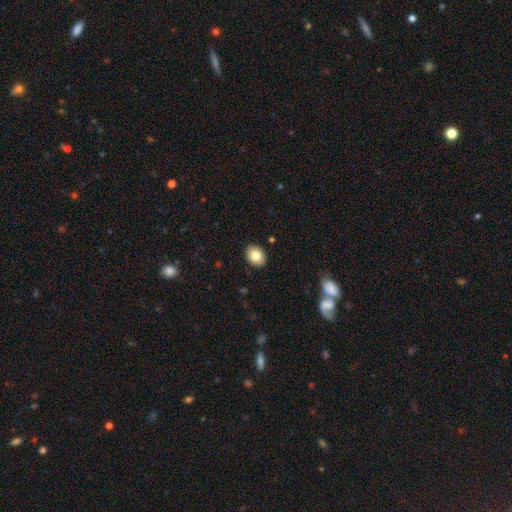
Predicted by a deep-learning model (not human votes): This is clearly a smooth galaxy (82%). How rounded: likely in between (61%). Merging: clearly none (90%).